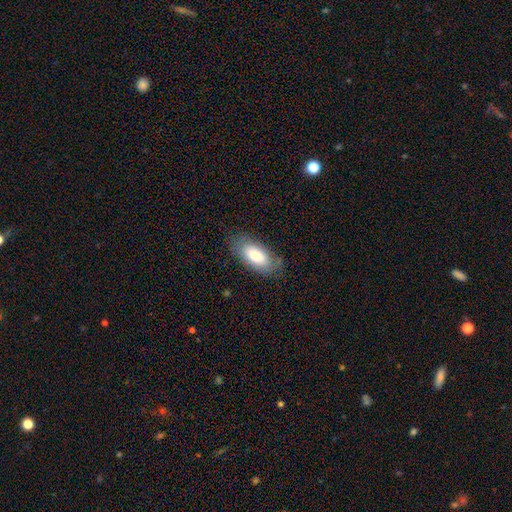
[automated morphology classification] Smooth or featured? smooth (80%)
How rounded? in between (90%)
Merging? none (78%)